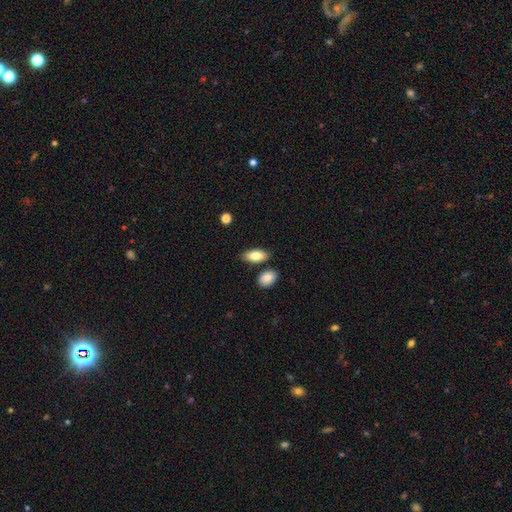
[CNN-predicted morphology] type=smooth (82%); roundness=in between (88%); merging=none (77%).